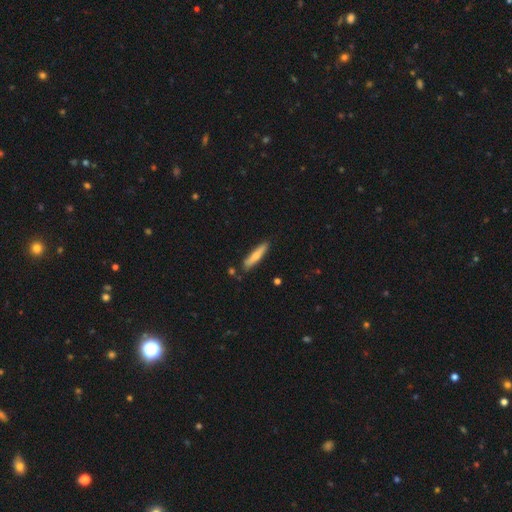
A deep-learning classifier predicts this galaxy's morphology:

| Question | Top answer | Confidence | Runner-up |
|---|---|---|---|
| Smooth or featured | smooth | 60% | featured or disk (34%) |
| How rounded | cigar-shaped | 87% | in between (12%) |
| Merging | none | 83% | minor disturbance (12%) |